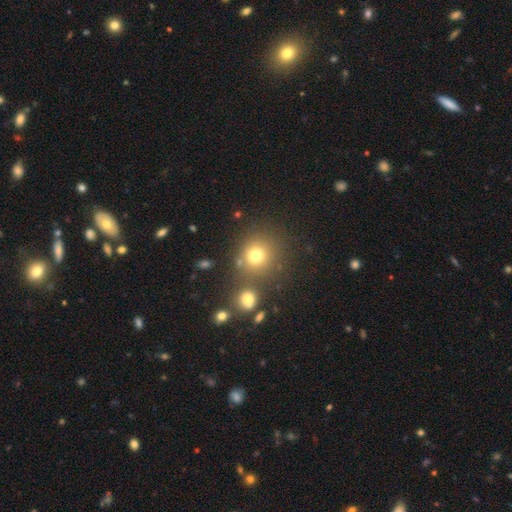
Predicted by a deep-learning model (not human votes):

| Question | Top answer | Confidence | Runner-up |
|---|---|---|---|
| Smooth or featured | smooth | 74% | star or artifact (17%) |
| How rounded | round | 88% | in between (11%) |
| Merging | none | 71% | merger (15%) |